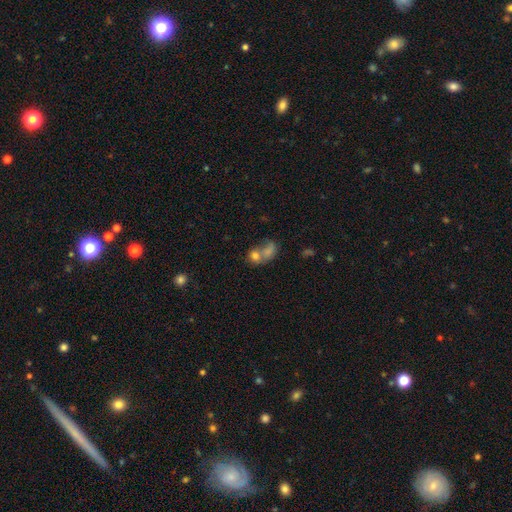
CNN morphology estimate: Smooth or featured? smooth (74%)
How rounded? in between (50%)
Merging? merger (69%)